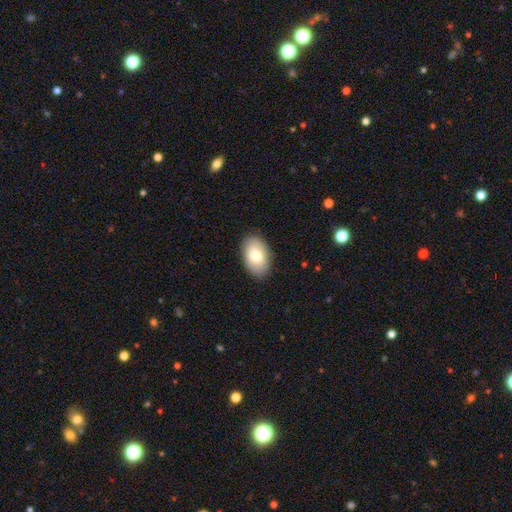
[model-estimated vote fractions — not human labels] Morphology: type=smooth (80%); roundness=in between (92%); merging=none (88%).